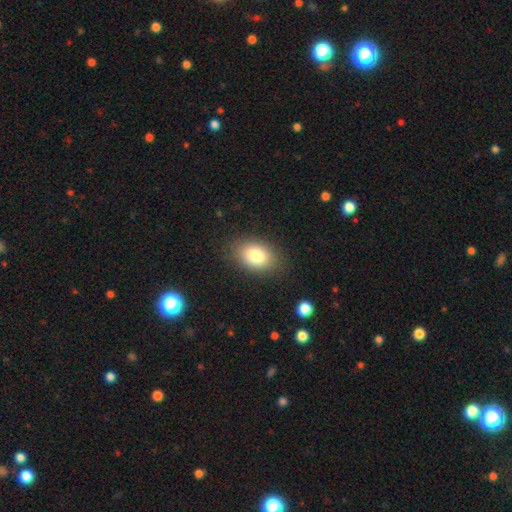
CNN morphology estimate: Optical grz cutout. It shows a smooth galaxy with no disk features (80%) that is in between round and cigar-shaped (80%). Merging: none (84%).